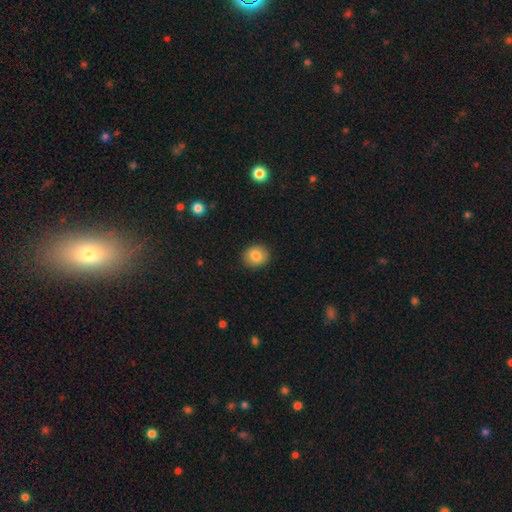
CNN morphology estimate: A smooth galaxy with no disk features (83%) that is round (80%). Merging: none (90%).